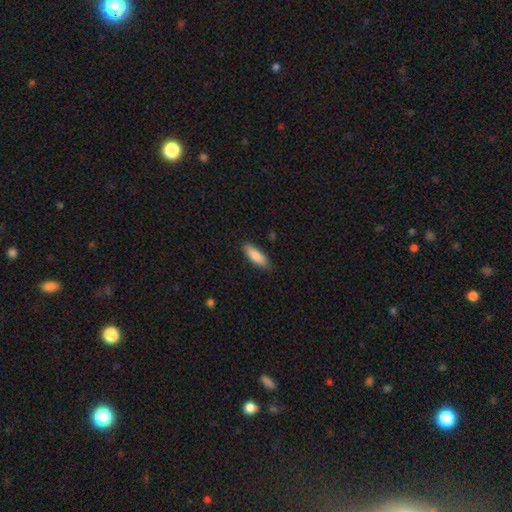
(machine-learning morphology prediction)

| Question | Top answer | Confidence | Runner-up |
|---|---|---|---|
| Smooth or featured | smooth | 85% | featured or disk (9%) |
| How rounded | in between | 58% | cigar-shaped (40%) |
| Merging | none | 85% | minor disturbance (12%) |